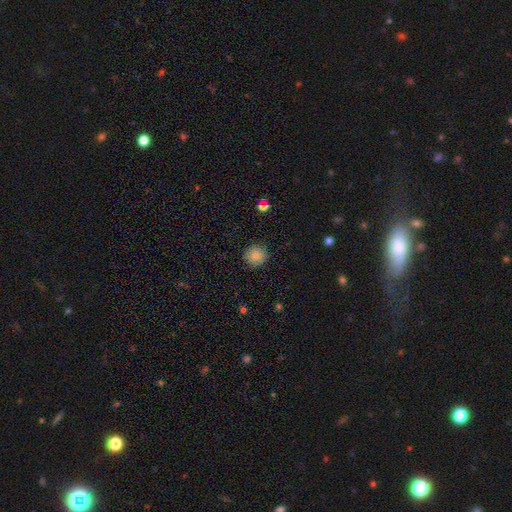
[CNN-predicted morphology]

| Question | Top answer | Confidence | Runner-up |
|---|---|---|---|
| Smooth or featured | smooth | 84% | star or artifact (10%) |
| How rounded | round | 94% | in between (5%) |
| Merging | none | 90% | minor disturbance (7%) |